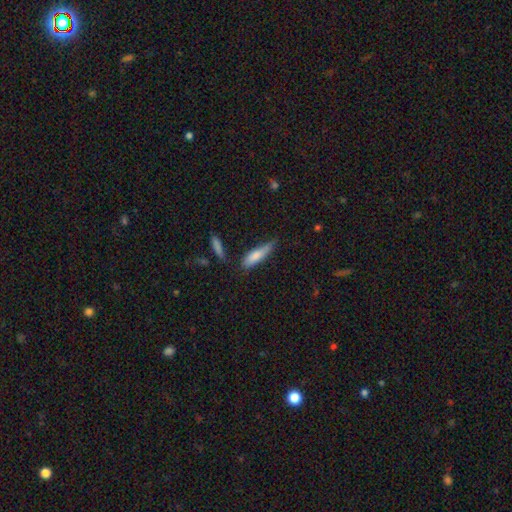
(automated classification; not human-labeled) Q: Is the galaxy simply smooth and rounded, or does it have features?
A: smooth — 77%.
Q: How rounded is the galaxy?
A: cigar-shaped — 64%.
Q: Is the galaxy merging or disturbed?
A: none — 49%.